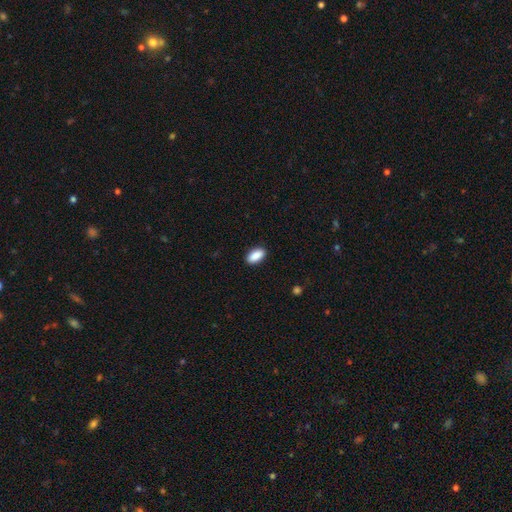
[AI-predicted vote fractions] Q: Smooth or featured?
A: smooth (90%); runner-up: star or artifact (7%)
Q: How rounded?
A: in between (92%); runner-up: cigar-shaped (5%)
Q: Merging?
A: none (90%); runner-up: minor disturbance (8%)